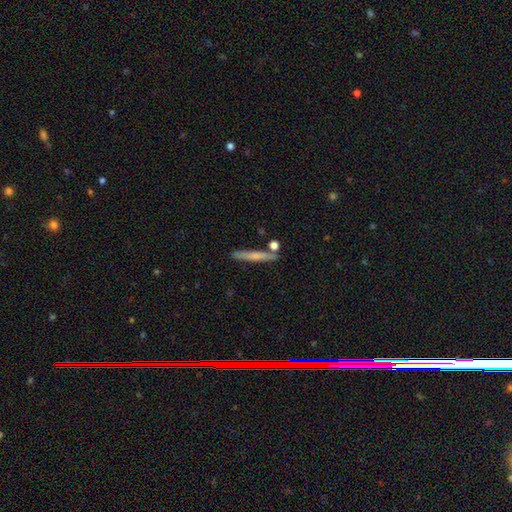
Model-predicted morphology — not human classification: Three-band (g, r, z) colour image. It shows a smooth galaxy with no disk features (58%) that is cigar-shaped (94%). Merging: none (81%).